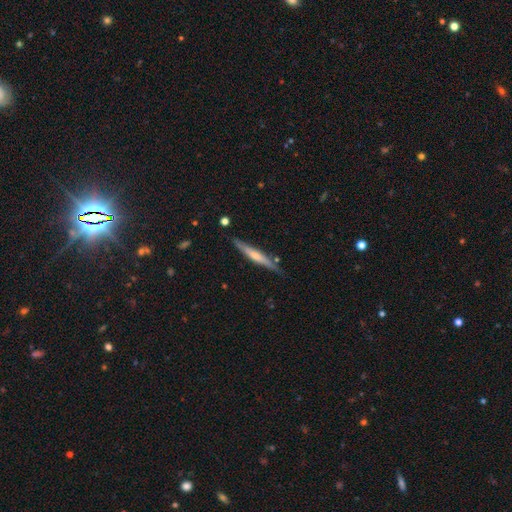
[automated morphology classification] This is possibly a featured or disk galaxy (54%). It is clearly viewed edge-on (95%). Edge-on bulge: possibly rounded (51%). Merging: clearly none (82%).